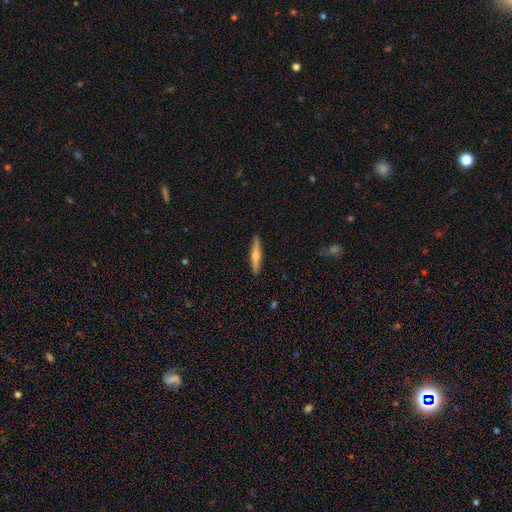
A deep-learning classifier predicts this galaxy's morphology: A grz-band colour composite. It shows a smooth galaxy with no disk features (48%). Merging: none (90%).